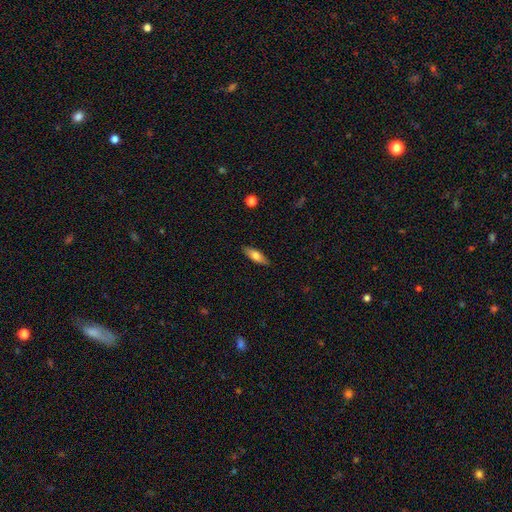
This is likely a smooth galaxy (65%). How rounded: possibly in between (54%). Merging: clearly none (86%).